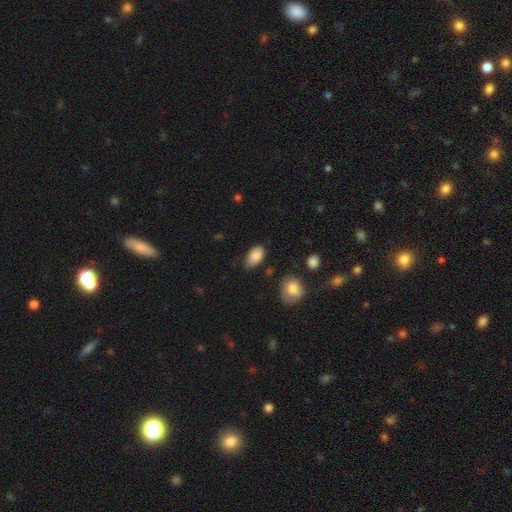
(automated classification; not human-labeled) Overall: smooth (86%). How rounded: in between (94%). Merging: none (73%).